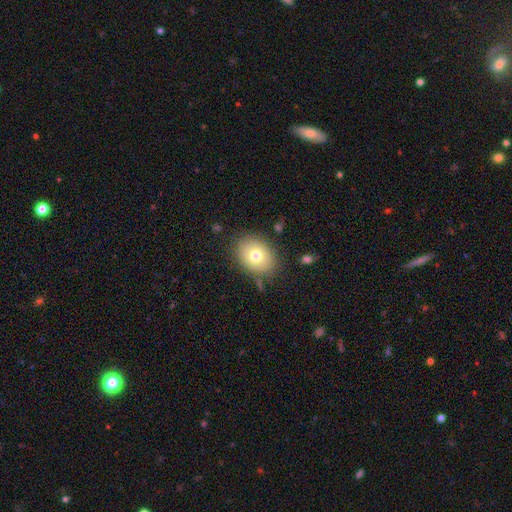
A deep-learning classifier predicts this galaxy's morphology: The model was most divided on "how rounded": in between: 60%, round: 39%, cigar-shaped: 1%. More confident: merging — none (82%); smooth or featured — smooth (74%).